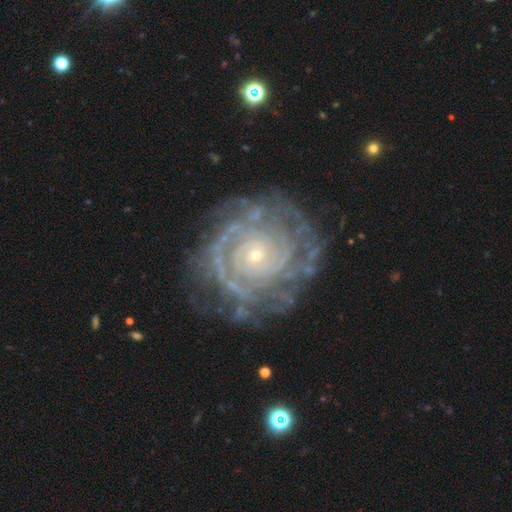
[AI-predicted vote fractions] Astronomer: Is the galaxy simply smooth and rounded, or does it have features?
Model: featured or disk — 87%.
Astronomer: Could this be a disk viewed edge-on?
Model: no — 97%.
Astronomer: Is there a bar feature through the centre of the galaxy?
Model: no — 83%.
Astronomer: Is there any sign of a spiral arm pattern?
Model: yes — 94%.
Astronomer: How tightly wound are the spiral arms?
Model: tight — 83%.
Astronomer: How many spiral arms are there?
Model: can't tell — 33% (runner-up: 2, 16%).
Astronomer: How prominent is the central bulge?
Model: small — 81%.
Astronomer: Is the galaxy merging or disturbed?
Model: none — 74%.